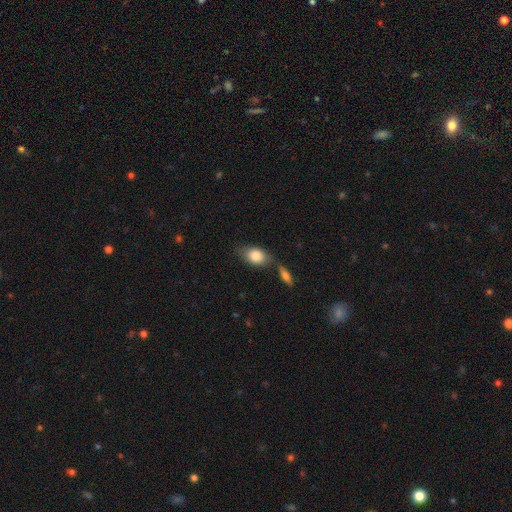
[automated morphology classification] Overall: smooth (80%). How rounded: in between (82%). Merging: none (58%; merger 21%).